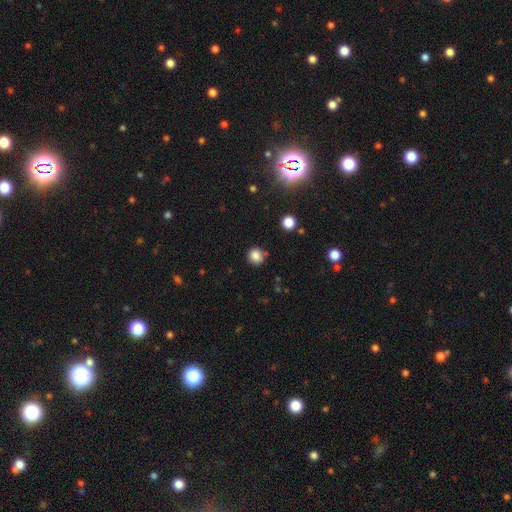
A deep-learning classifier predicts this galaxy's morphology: This appears to be a smooth galaxy with no disk features (84%) that is round (87%). Merging: none (82%).